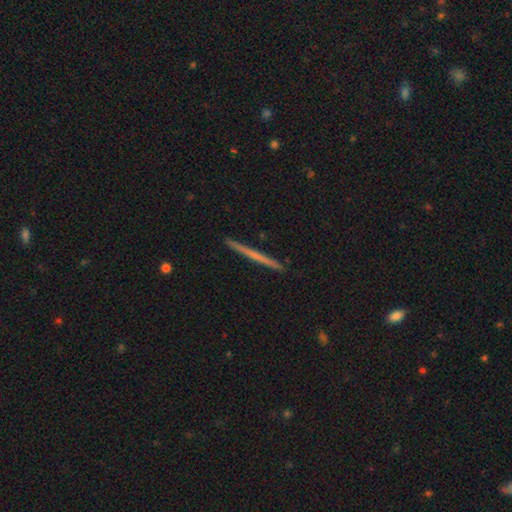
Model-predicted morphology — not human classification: This is possibly a featured or disk galaxy (52%). It is clearly viewed edge-on (98%). Edge-on bulge: clearly none (89%). Merging: clearly none (93%).